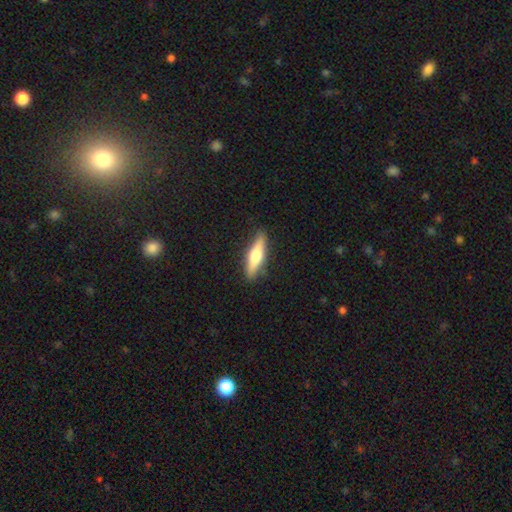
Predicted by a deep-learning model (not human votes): Overall: smooth (49%; featured or disk 45%). Merging: none (87%).